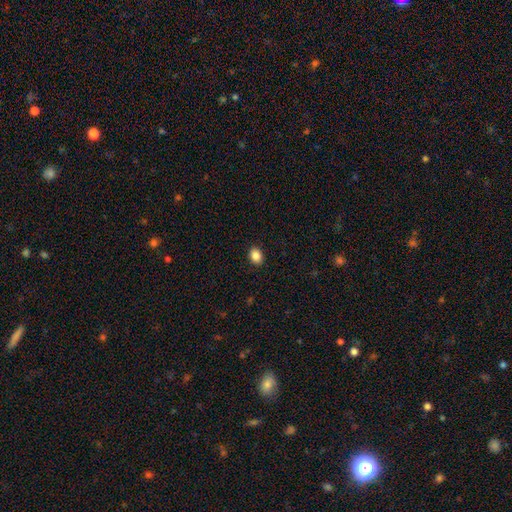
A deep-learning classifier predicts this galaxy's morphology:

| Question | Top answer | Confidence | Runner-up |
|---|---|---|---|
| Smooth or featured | smooth | 87% | star or artifact (9%) |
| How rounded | in between | 65% | round (34%) |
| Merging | none | 90% | minor disturbance (7%) |